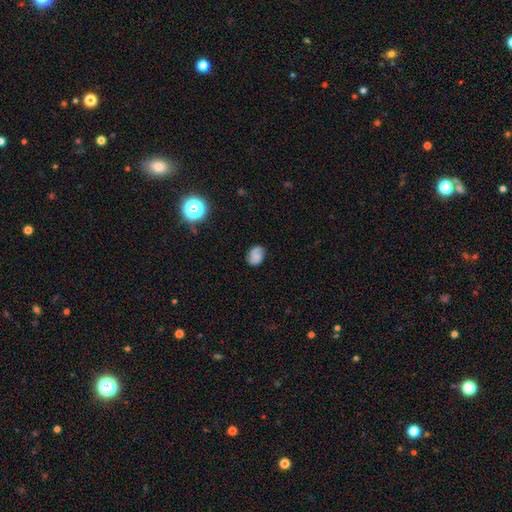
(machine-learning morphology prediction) Smooth or featured? Predicted: smooth (p=0.57). How rounded? Predicted: in between (p=0.60). Merging? Predicted: none (p=0.72).